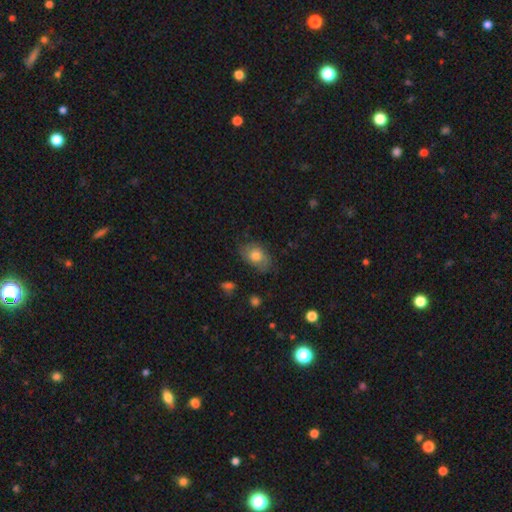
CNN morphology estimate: Q: Smooth or featured?
A: smooth (71%); runner-up: featured or disk (21%)
Q: How rounded?
A: in between (83%); runner-up: round (16%)
Q: Merging?
A: none (69%); runner-up: minor disturbance (23%)